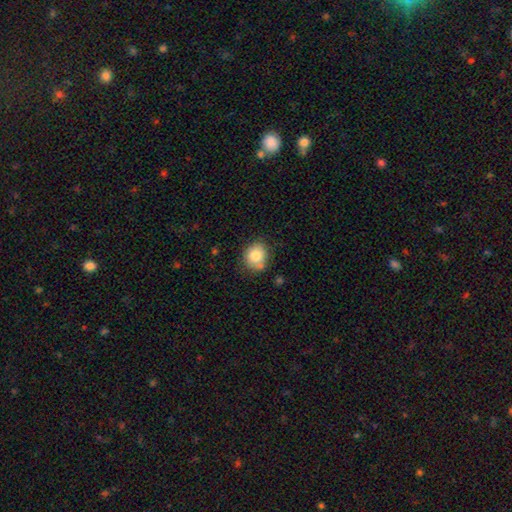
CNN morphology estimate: type=smooth (81%); roundness=round (68%); merging=none (70%).